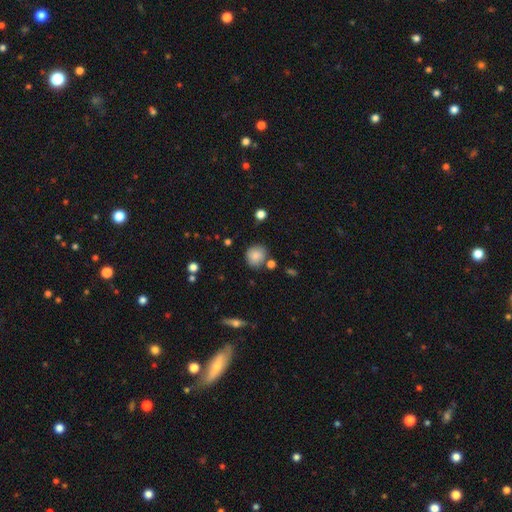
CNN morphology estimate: smooth_or_featured: smooth (p=0.83) [alt: star or artifact p=0.09]
how_rounded: round (p=0.85) [alt: in between p=0.14]
merging: none (p=0.74) [alt: minor disturbance p=0.14]